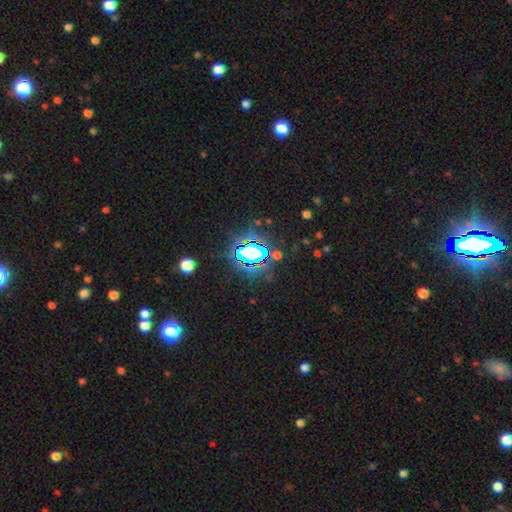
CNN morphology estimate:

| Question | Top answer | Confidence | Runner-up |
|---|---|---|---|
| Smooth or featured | star or artifact | 74% | smooth (15%) |